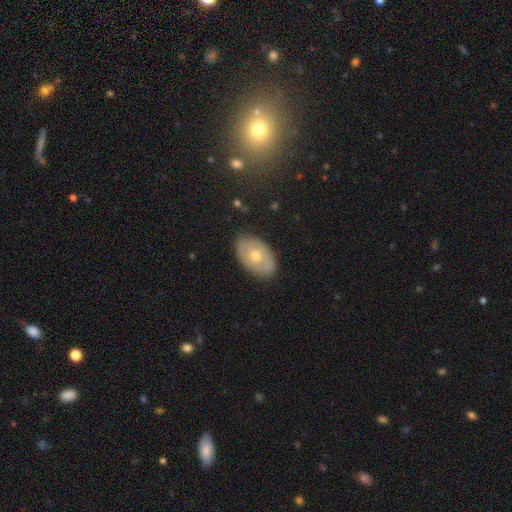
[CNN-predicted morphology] A smooth galaxy with no disk features (50%) that is in between round and cigar-shaped (88%). Merging: none (83%).